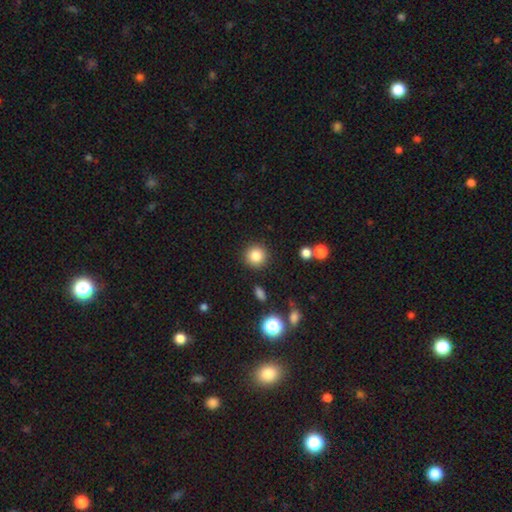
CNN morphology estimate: Smooth or featured? smooth (84%)
How rounded? round (93%)
Merging? none (89%)